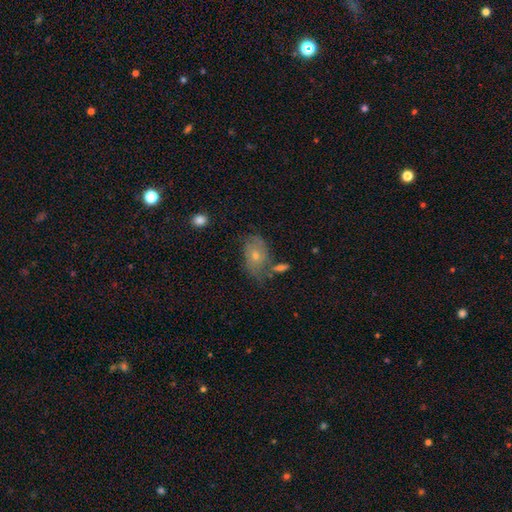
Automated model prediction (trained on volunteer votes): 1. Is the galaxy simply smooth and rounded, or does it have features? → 50% featured or disk, 36% smooth, 13% star or artifact.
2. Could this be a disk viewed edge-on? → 94% no, 6% yes.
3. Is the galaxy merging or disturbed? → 60% none, 22% minor disturbance, 9% merger, 9% major disturbance.